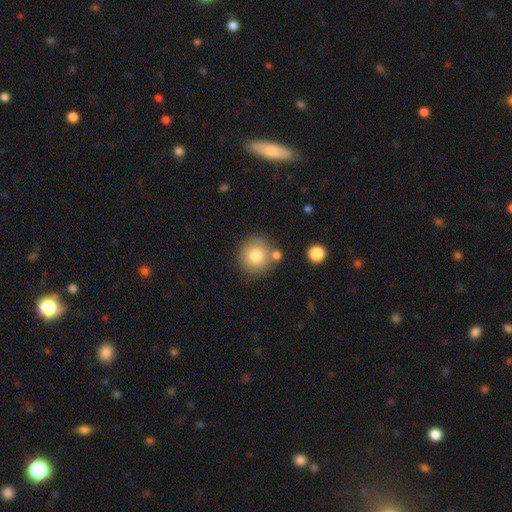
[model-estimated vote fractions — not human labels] Smooth or featured?
  - smooth: 79% *
  - featured or disk: 11%
  - star or artifact: 10%
How rounded?
  - round: 92% *
  - in between: 7%
  - cigar-shaped: 1%
Merging?
  - none: 75% *
  - merger: 12%
  - minor disturbance: 10%
  - major disturbance: 3%